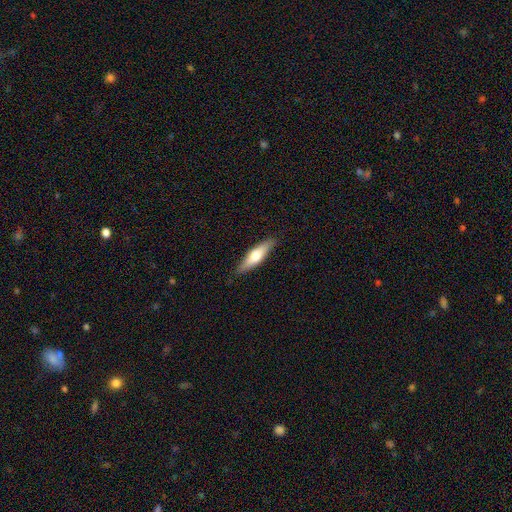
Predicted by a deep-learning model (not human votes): smooth 57%, featured or disk 37%, star or artifact 5%. Down the decision tree: how rounded — cigar-shaped (66%); merging — none (87%).